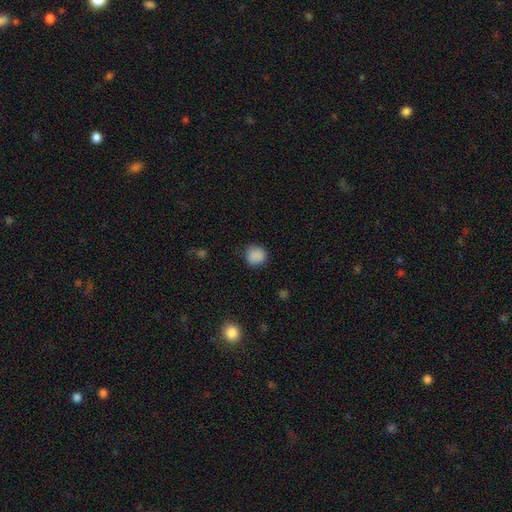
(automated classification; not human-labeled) Smooth or featured?
  - smooth: 87% *
  - star or artifact: 10%
  - featured or disk: 3%
How rounded?
  - round: 88% *
  - in between: 11%
  - cigar-shaped: 1%
Merging?
  - none: 82% *
  - minor disturbance: 14%
  - major disturbance: 4%
  - merger: 1%